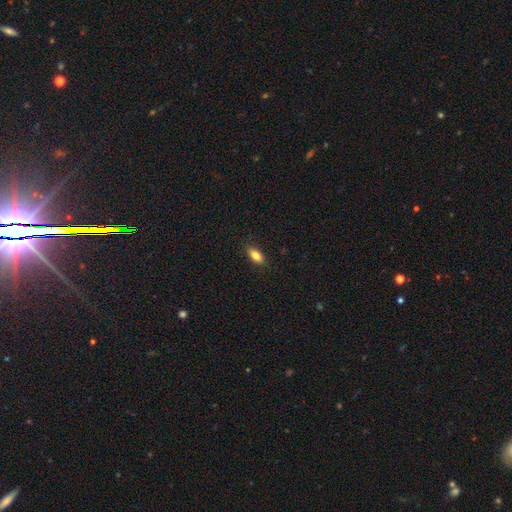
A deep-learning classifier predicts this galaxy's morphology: type=smooth (83%); roundness=in between (85%); merging=none (87%).